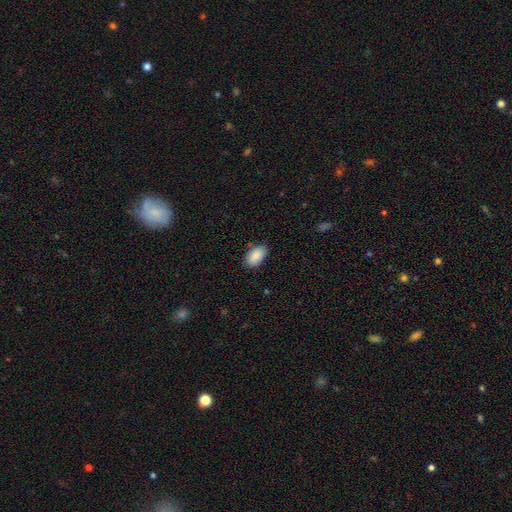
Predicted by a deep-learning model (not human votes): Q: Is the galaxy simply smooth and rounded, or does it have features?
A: smooth — 89%.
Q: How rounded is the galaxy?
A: in between — 93%.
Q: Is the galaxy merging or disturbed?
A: none — 82%.